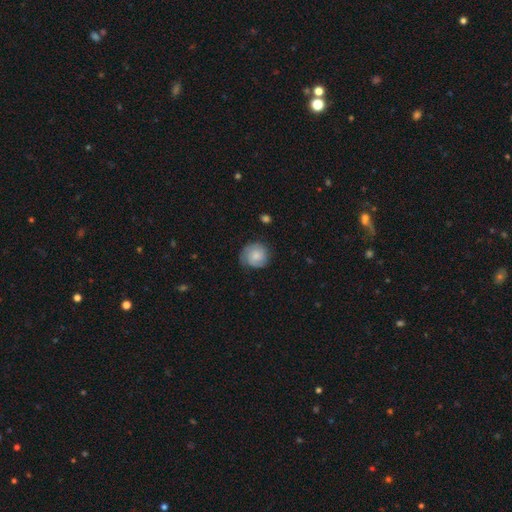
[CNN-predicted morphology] Smooth or featured? smooth (55%)
How rounded? round (87%)
Merging? none (71%)